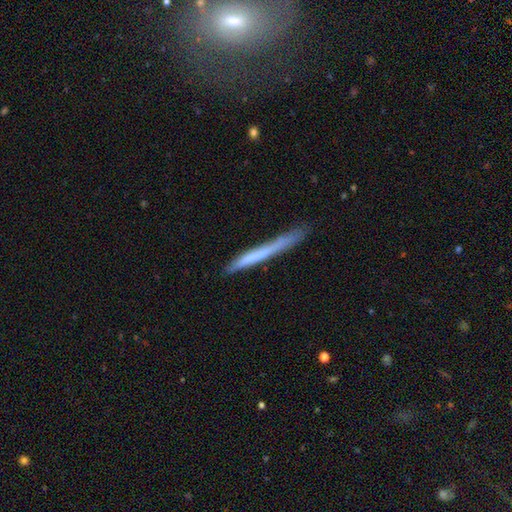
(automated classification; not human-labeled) Smooth or featured?
  - smooth: 57% *
  - featured or disk: 37%
  - star or artifact: 6%
How rounded?
  - cigar-shaped: 97% *
  - in between: 2%
  - round: 1%
Merging?
  - none: 74% *
  - minor disturbance: 19%
  - major disturbance: 4%
  - merger: 3%